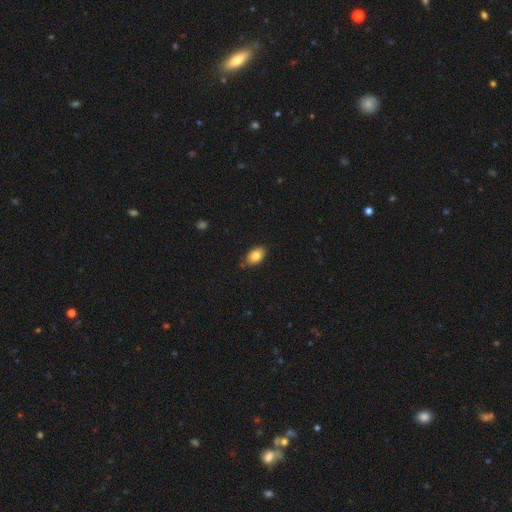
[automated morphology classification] A smooth galaxy with no disk features (81%) that is in between round and cigar-shaped (88%). Merging: none (82%).